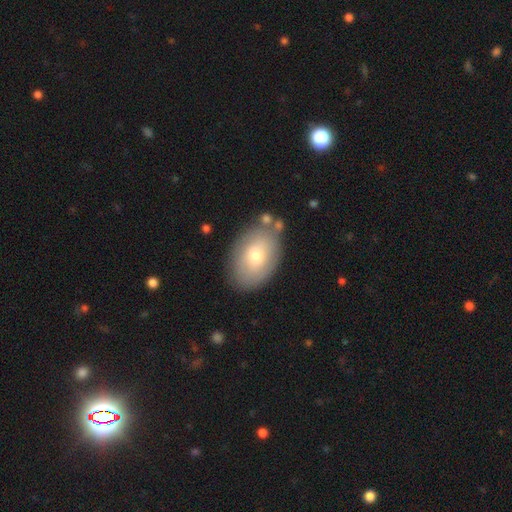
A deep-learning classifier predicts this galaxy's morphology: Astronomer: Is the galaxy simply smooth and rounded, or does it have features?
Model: smooth — 65%.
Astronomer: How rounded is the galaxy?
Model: in between — 88%.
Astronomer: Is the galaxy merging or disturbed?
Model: none — 77%.